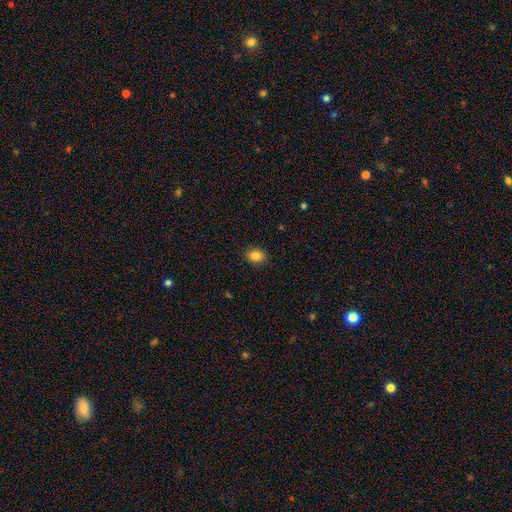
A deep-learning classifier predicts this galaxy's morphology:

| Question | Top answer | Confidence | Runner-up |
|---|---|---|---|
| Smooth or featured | smooth | 84% | star or artifact (10%) |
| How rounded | in between | 59% | round (40%) |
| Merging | none | 88% | minor disturbance (9%) |